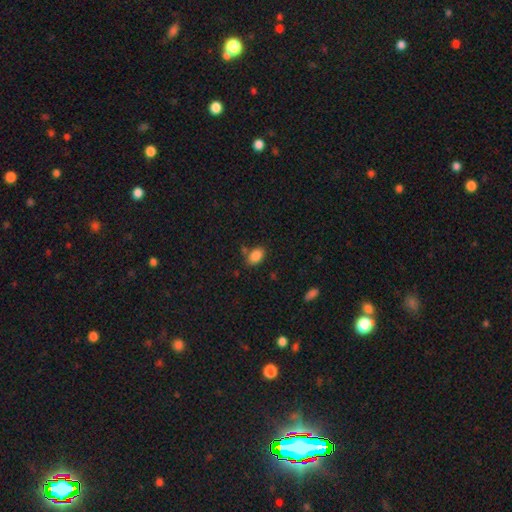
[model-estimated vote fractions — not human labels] smooth 87%, star or artifact 9%, featured or disk 5%. Down the decision tree: how rounded — in between (86%); merging — none (73%).